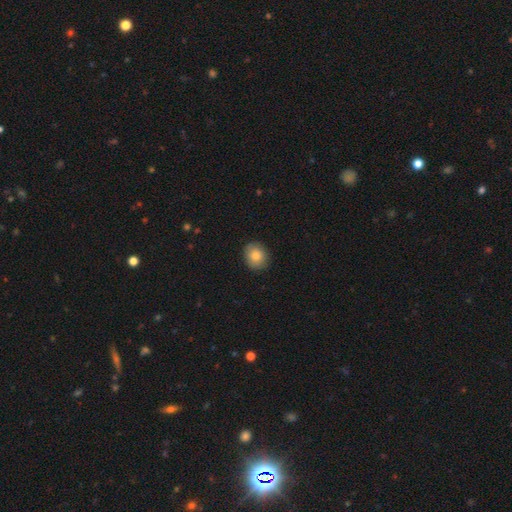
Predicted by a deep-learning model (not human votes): smooth-or-featured: smooth: 84% | featured or disk: 9% | star or artifact: 8%
  how-rounded: round: 73% | in between: 26% | cigar-shaped: 1%
  merging: none: 87% | minor disturbance: 10% | major disturbance: 2% | merger: 1%